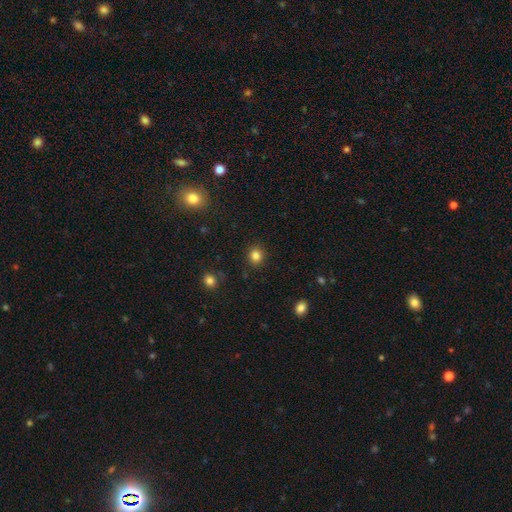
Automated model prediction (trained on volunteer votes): Q: Smooth or featured?
A: smooth (83%); runner-up: star or artifact (12%)
Q: How rounded?
A: round (84%); runner-up: in between (15%)
Q: Merging?
A: none (90%); runner-up: minor disturbance (7%)